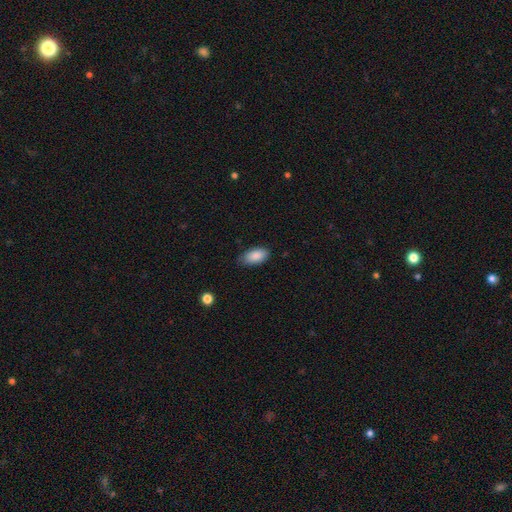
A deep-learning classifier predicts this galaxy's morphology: This is clearly a smooth galaxy (88%). How rounded: clearly in between (93%). Merging: likely none (75%).